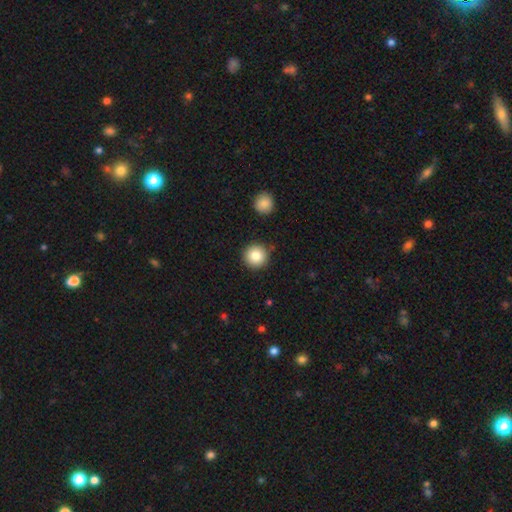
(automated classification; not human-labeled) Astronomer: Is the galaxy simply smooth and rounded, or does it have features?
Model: smooth — 84%.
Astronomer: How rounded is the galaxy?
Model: round — 96%.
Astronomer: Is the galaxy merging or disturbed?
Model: none — 89%.